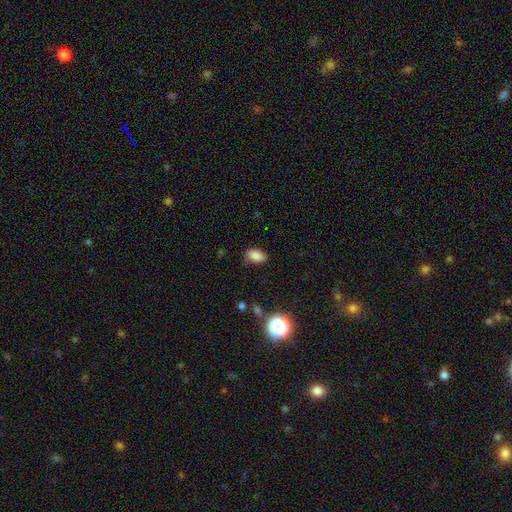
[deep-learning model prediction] This is clearly a smooth galaxy (84%). How rounded: clearly in between (88%). Merging: likely none (75%).